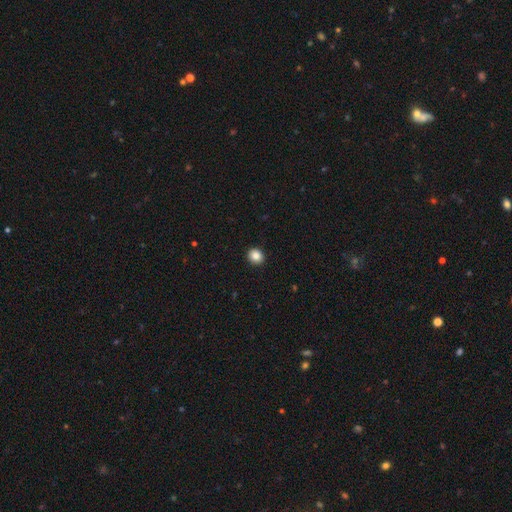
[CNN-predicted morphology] This appears to be a smooth galaxy with no disk features (85%) that is round (81%). Merging: none (93%).